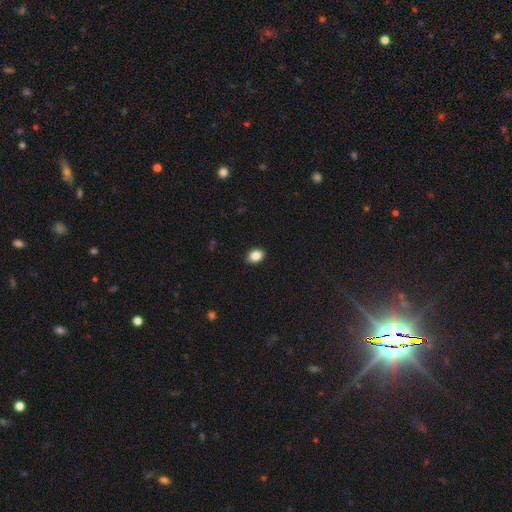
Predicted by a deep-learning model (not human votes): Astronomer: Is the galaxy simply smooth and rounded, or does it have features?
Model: smooth — 87%.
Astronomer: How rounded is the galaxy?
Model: in between — 77%.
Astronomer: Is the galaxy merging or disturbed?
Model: none — 87%.